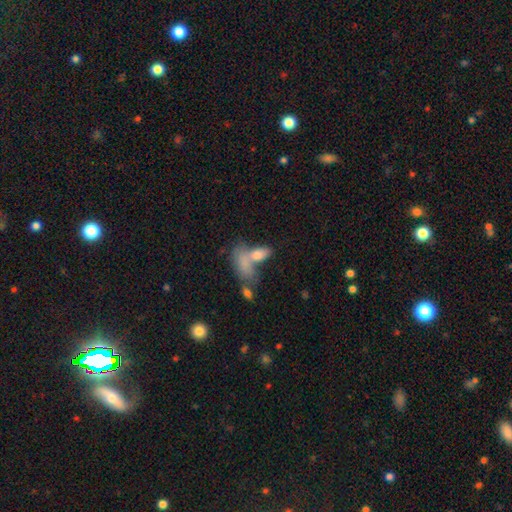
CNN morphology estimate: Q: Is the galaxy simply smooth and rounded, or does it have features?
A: smooth — 68%.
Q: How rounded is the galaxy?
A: in between — 77%.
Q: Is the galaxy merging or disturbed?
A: merger — 43%.